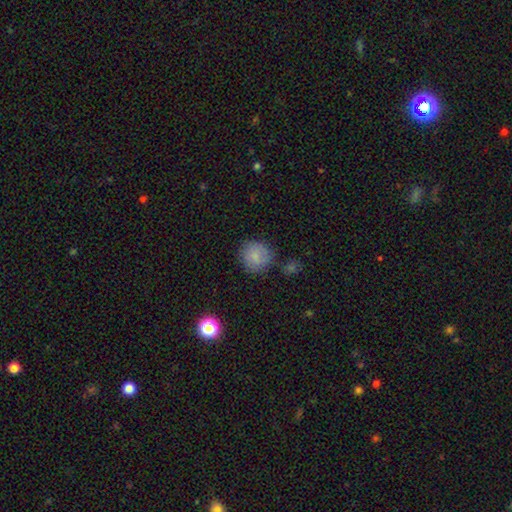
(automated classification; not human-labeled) Overall: smooth (82%). How rounded: round (89%). Merging: none (74%).